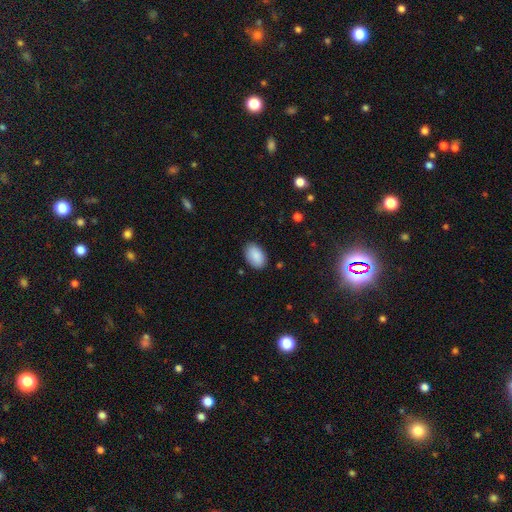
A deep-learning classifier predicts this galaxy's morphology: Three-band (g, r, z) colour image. It shows a smooth galaxy with no disk features (90%) that is in between round and cigar-shaped (90%). Merging: none (86%).